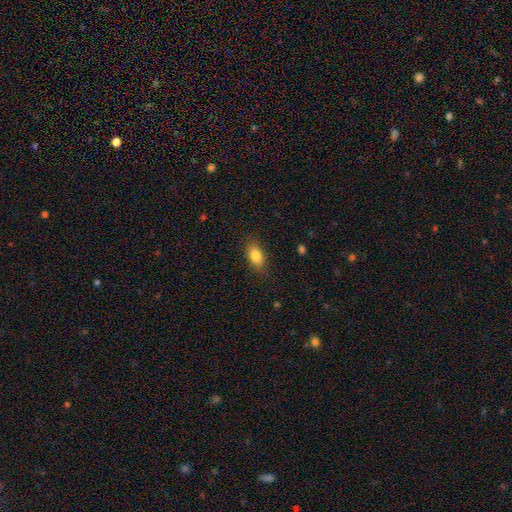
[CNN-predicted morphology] A smooth galaxy with no disk features (83%) that is in between round and cigar-shaped (87%). Merging: none (85%).